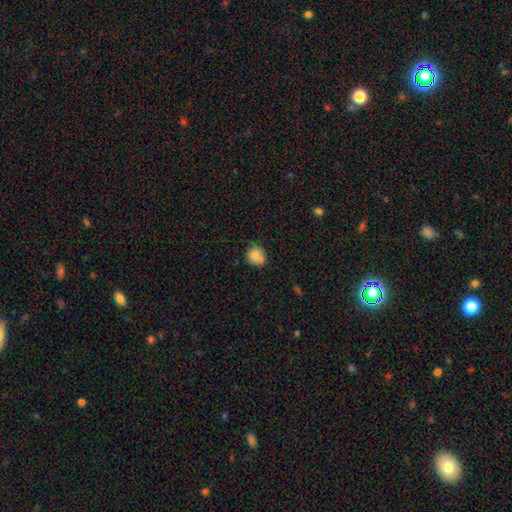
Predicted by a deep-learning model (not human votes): A smooth galaxy with no disk features (80%) that is round (85%).

Vote fractions:
- Smooth or featured? smooth: 80% / featured or disk: 11% / star or artifact: 9%
- How rounded? round: 85% / in between: 14% / cigar-shaped: 1%
- Merging? none: 66% / minor disturbance: 19% / merger: 12% / major disturbance: 4%